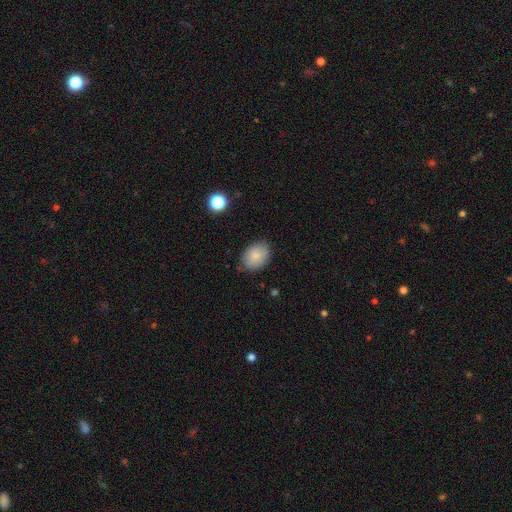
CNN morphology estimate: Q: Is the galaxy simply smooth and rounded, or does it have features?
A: smooth — 83%.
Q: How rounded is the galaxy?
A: in between — 68%.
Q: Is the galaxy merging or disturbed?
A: none — 80%.